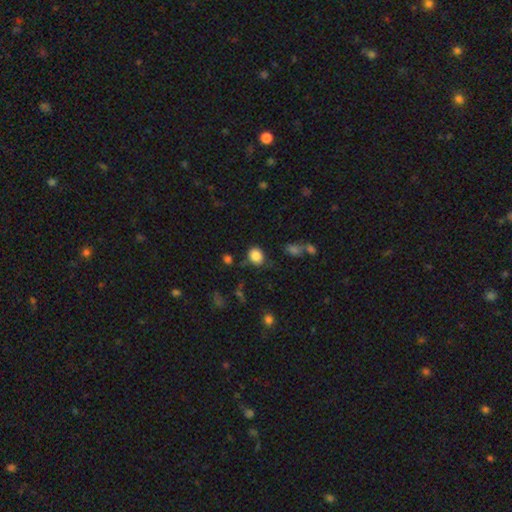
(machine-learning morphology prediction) Q: Smooth or featured?
A: smooth (85%); runner-up: star or artifact (10%)
Q: How rounded?
A: round (63%); runner-up: in between (36%)
Q: Merging?
A: none (75%); runner-up: minor disturbance (17%)